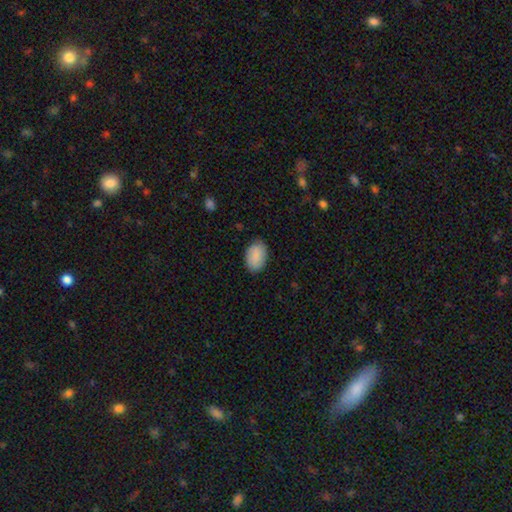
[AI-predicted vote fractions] Smooth or featured: smooth — 89% (star or artifact — 6%)
How rounded: in between — 89% (round — 10%)
Merging: none — 85% (minor disturbance — 11%)